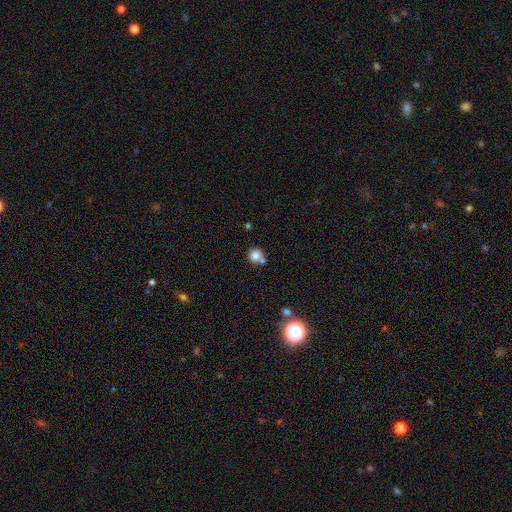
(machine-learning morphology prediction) This appears to be a smooth galaxy with no disk features (79%) that is round (90%). Merging: none (58%).